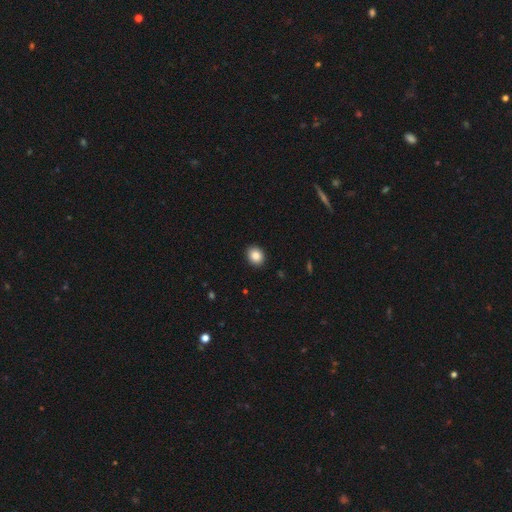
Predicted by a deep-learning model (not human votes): Smooth or featured?
  - smooth: 87% *
  - star or artifact: 9%
  - featured or disk: 4%
How rounded?
  - round: 62% *
  - in between: 37%
  - cigar-shaped: 1%
Merging?
  - none: 91% *
  - minor disturbance: 6%
  - major disturbance: 2%
  - merger: 1%